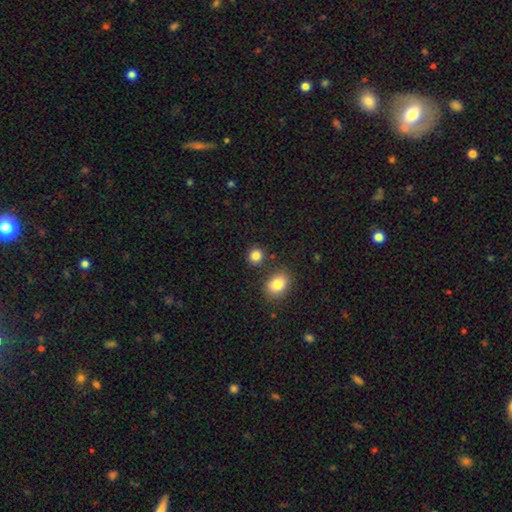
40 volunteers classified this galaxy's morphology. Overall: smooth (88%). How rounded: round (94%). Merging: none (81%).